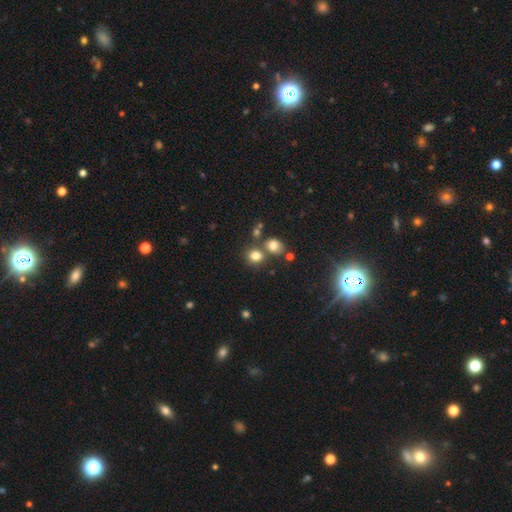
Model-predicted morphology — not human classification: This is likely a smooth galaxy (78%). How rounded: likely round (75%). Merging: likely none (62%).